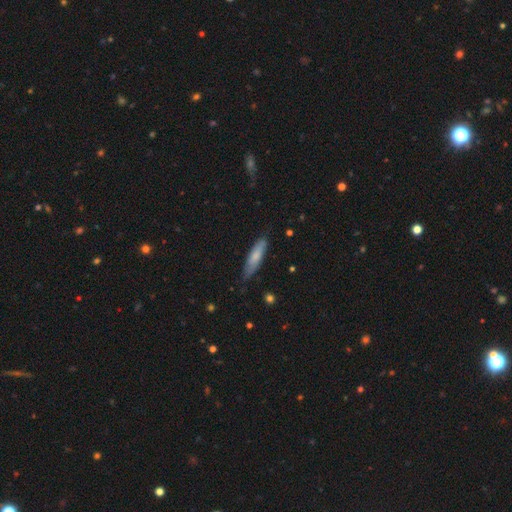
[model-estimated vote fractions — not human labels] A smooth galaxy with no disk features (71%) that is cigar-shaped (71%).

Vote fractions:
- Smooth or featured? smooth: 71% / featured or disk: 23% / star or artifact: 5%
- How rounded? cigar-shaped: 71% / in between: 27% / round: 2%
- Merging? none: 75% / minor disturbance: 21% / major disturbance: 3% / merger: 1%